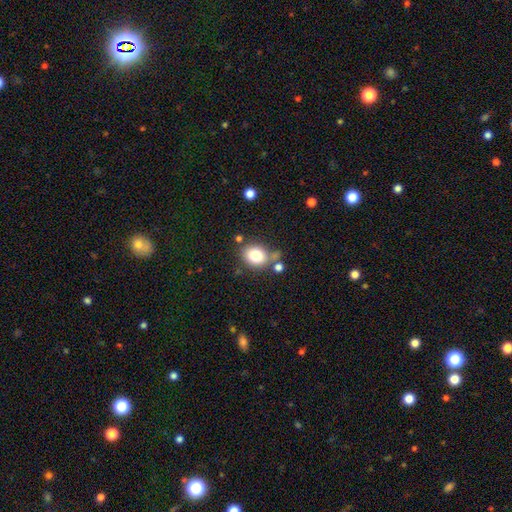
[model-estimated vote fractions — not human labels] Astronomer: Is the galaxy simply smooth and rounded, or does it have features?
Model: smooth — 80%.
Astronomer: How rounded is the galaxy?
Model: round — 53% (runner-up: in between, 46%).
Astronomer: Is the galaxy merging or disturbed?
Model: none — 66%.